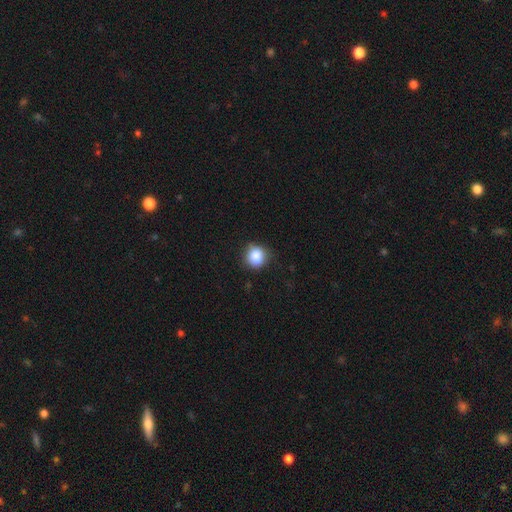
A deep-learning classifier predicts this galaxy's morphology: Smooth or featured? Predicted: smooth (p=0.84). How rounded? Predicted: round (p=0.84). Merging? Predicted: none (p=0.78).